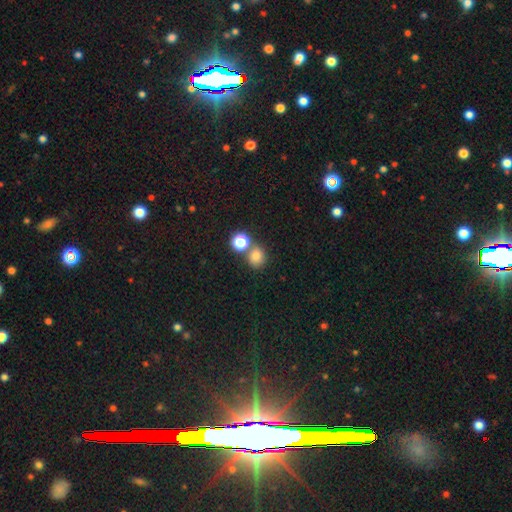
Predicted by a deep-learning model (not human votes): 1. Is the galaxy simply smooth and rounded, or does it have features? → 79% smooth, 14% star or artifact, 7% featured or disk.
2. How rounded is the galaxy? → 79% round, 20% in between, 1% cigar-shaped.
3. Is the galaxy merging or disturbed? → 60% none, 28% merger, 9% minor disturbance, 3% major disturbance.